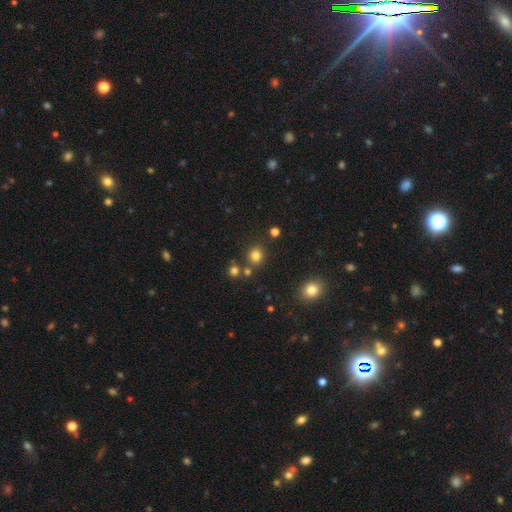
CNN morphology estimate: A smooth galaxy with no disk features (79%) that is round (84%). Merging: none (80%).